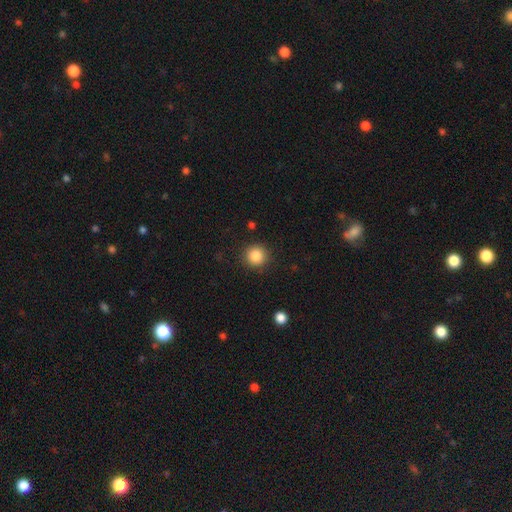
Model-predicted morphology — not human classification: Smooth or featured: smooth — 86% (star or artifact — 10%)
How rounded: round — 94% (in between — 5%)
Merging: none — 90% (minor disturbance — 6%)